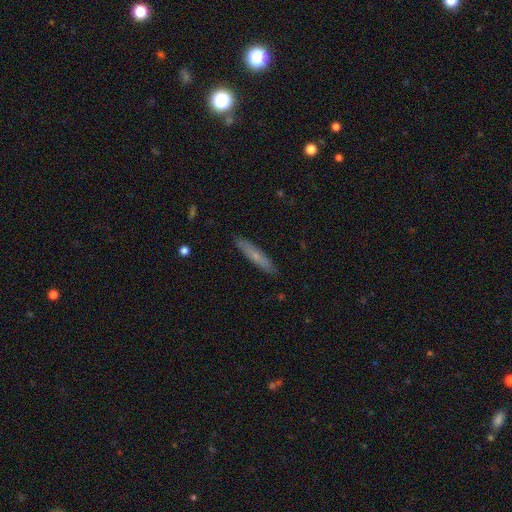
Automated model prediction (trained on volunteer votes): A smooth galaxy with no disk features (57%) that is cigar-shaped (92%).

Vote fractions:
- Smooth or featured? smooth: 57% / featured or disk: 37% / star or artifact: 6%
- How rounded? cigar-shaped: 92% / in between: 7% / round: 2%
- Merging? none: 88% / minor disturbance: 9% / major disturbance: 2% / merger: 1%